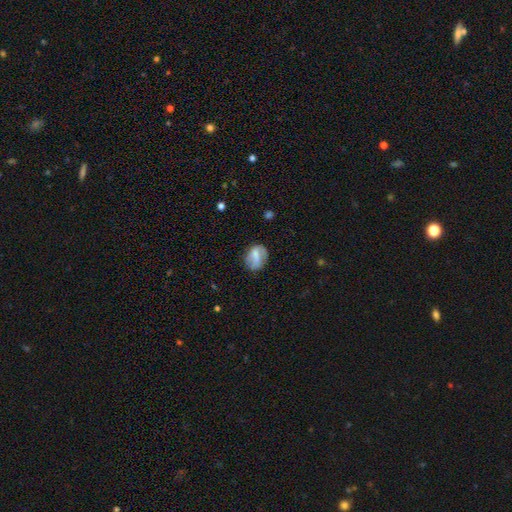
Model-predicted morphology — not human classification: smooth 57%, featured or disk 34%, star or artifact 8%. Down the decision tree: how rounded — in between (64%); merging — none (66%).